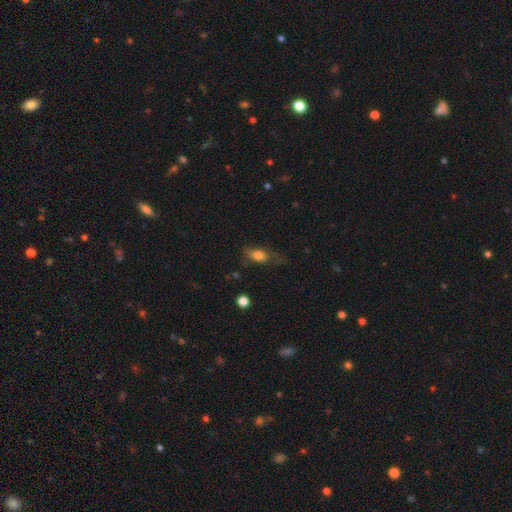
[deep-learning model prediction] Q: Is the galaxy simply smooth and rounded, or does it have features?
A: smooth — 55%.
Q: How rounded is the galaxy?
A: in between — 69%.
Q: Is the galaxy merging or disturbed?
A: none — 57%.